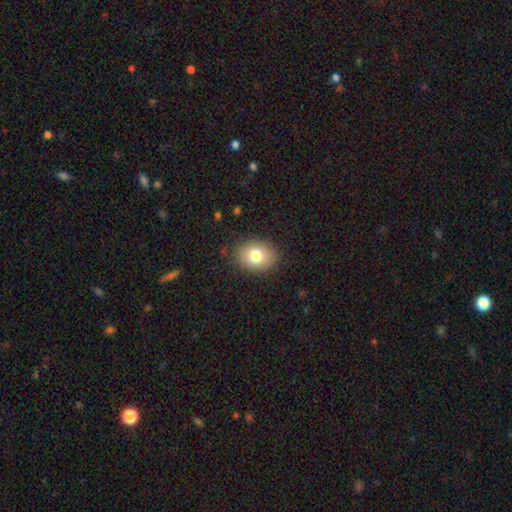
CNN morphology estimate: Smooth or featured?
  - smooth: 79% *
  - featured or disk: 12%
  - star or artifact: 9%
How rounded?
  - in between: 63% *
  - round: 36%
  - cigar-shaped: 1%
Merging?
  - none: 86% *
  - minor disturbance: 10%
  - major disturbance: 3%
  - merger: 1%